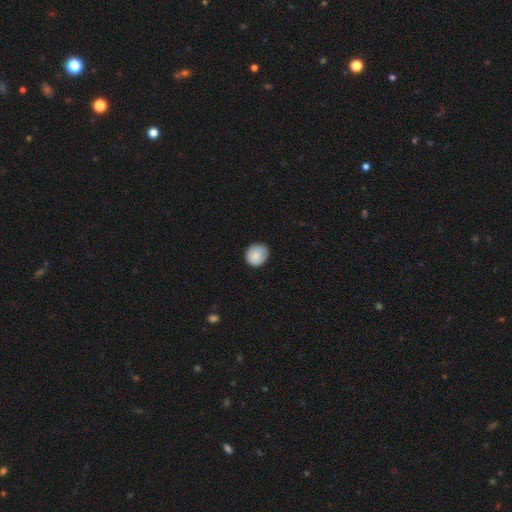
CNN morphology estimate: Smooth or featured? smooth (84%)
How rounded? round (85%)
Merging? none (85%)